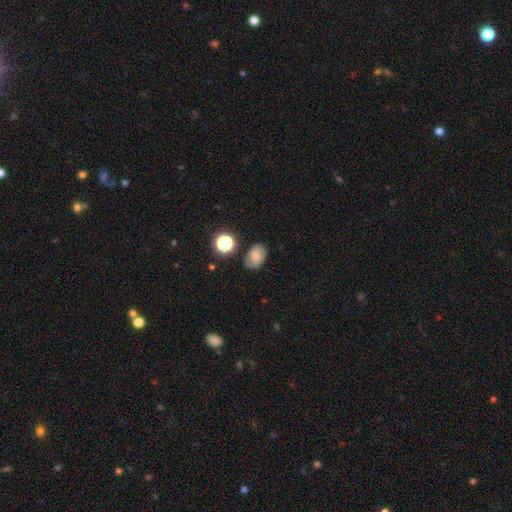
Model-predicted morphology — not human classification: smooth_or_featured: smooth (p=0.56) [alt: featured or disk p=0.30]
how_rounded: in between (p=0.72) [alt: round p=0.27]
merging: none (p=0.77) [alt: minor disturbance p=0.15]